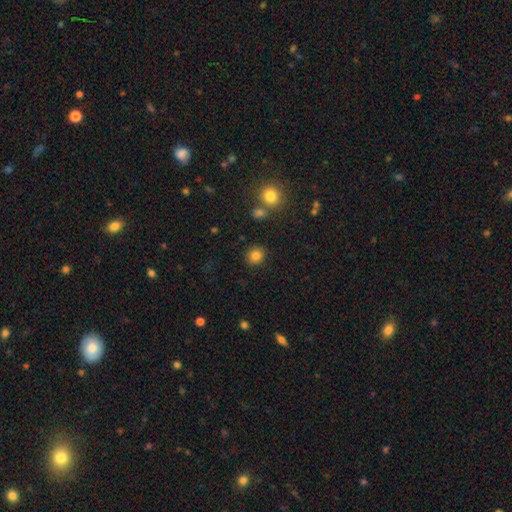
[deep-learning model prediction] Morphology: type=smooth (83%); roundness=round (87%); merging=none (88%).